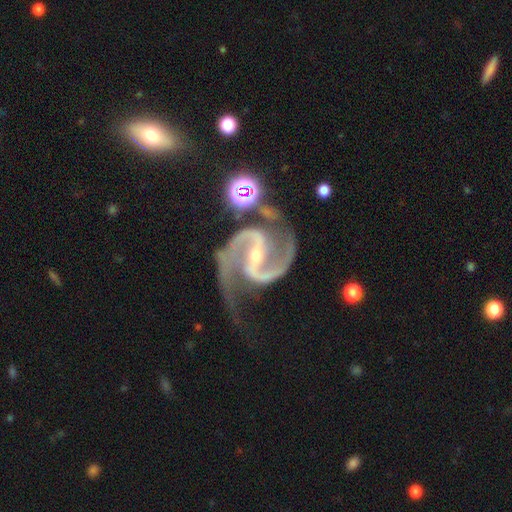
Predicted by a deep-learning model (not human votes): The model was most divided on "bar": strong: 57%, weak: 30%, no: 12%. More confident: spiral arms — yes (99%); edge-on disk — no (98%); smooth or featured — featured or disk (94%); spiral arm count — 2 (94%); bulge size — small (68%); spiral winding — medium (65%); merging — none (61%).